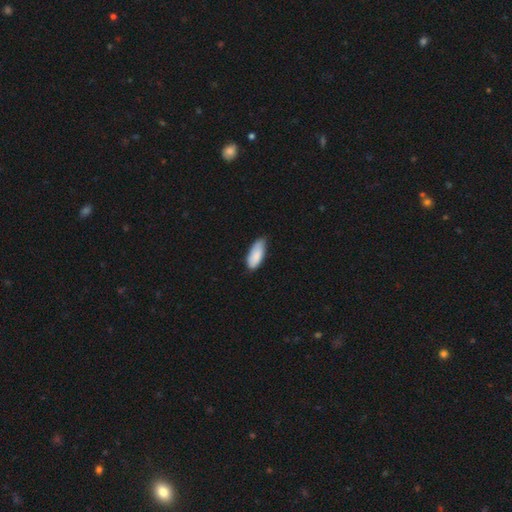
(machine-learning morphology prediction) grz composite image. It shows a smooth galaxy with no disk features (87%) that is in between round and cigar-shaped (83%). Merging: none (63%).